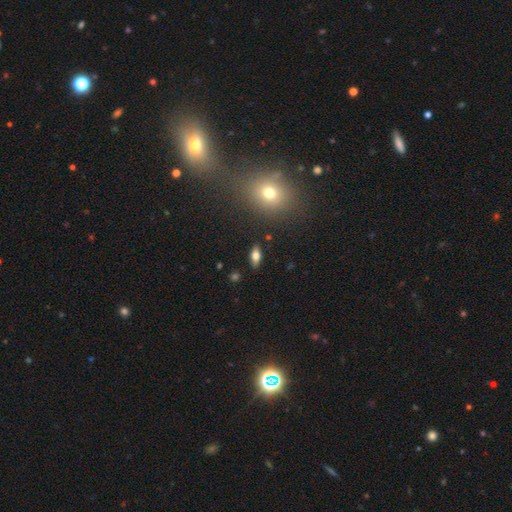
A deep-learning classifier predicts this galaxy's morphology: The model was most divided on "smooth or featured": smooth: 66%, featured or disk: 25%, star or artifact: 10%. More confident: merging — none (86%); how rounded — in between (81%).